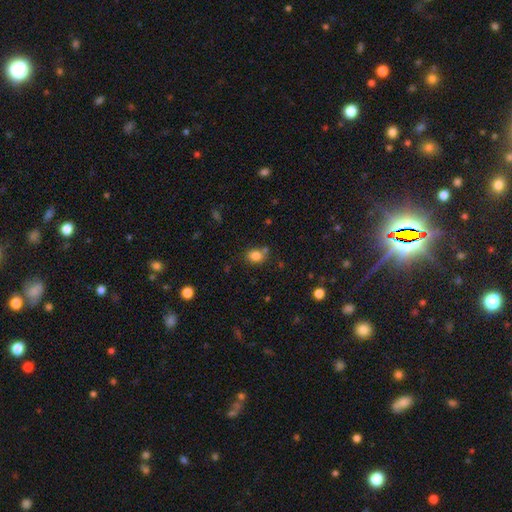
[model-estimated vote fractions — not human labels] Smooth or featured? smooth (82%)
How rounded? round (55%)
Merging? none (68%)